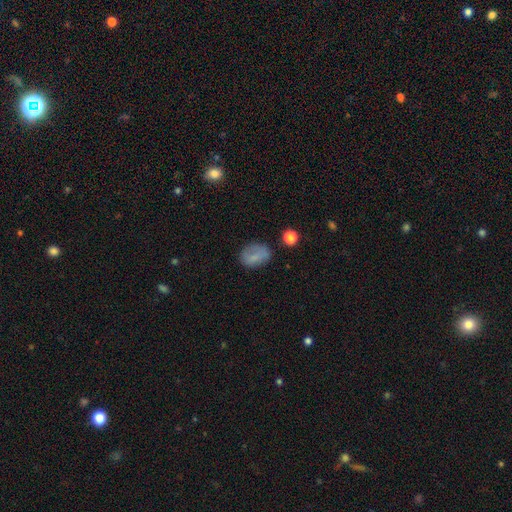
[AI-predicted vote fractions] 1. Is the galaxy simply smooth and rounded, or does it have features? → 76% smooth, 14% featured or disk, 11% star or artifact.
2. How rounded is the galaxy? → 73% in between, 25% round, 2% cigar-shaped.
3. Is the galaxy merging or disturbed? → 69% none, 21% minor disturbance, 7% major disturbance, 3% merger.